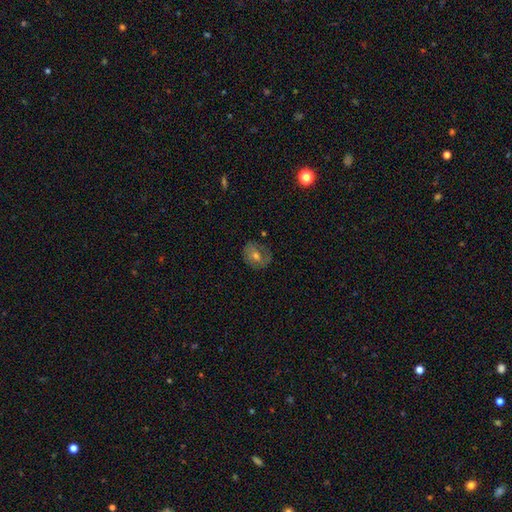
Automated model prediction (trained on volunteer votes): Morphology: type=featured or disk (49%); merging=none (70%).